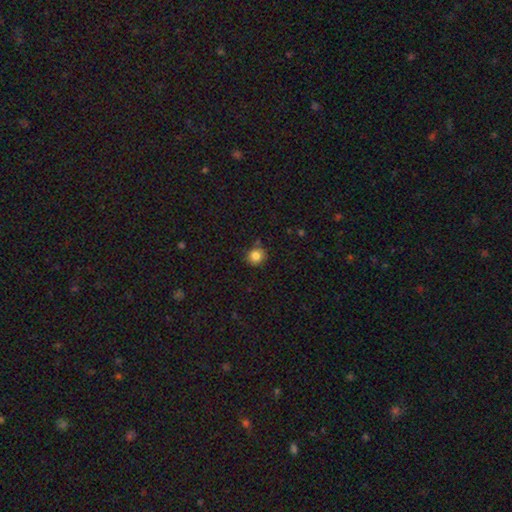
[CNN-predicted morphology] A smooth galaxy with no disk features (84%) that is round (88%). Merging: none (80%).